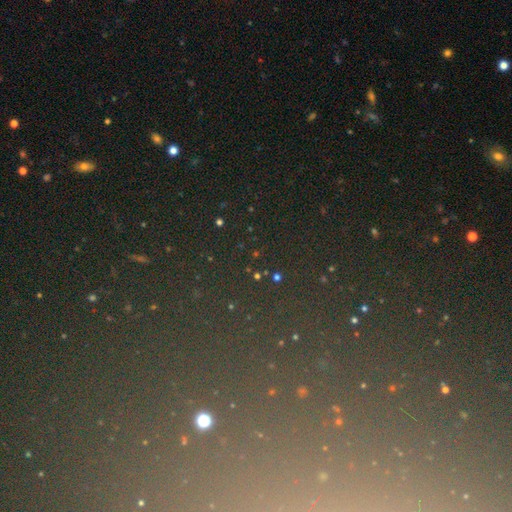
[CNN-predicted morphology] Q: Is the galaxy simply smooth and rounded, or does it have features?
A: star or artifact — 76%.